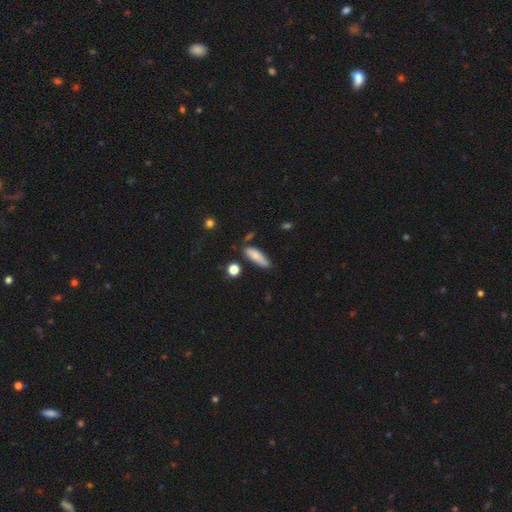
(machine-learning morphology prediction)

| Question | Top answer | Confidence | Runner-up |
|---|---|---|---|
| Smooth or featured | smooth | 78% | featured or disk (15%) |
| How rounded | cigar-shaped | 52% | in between (45%) |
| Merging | none | 69% | minor disturbance (22%) |